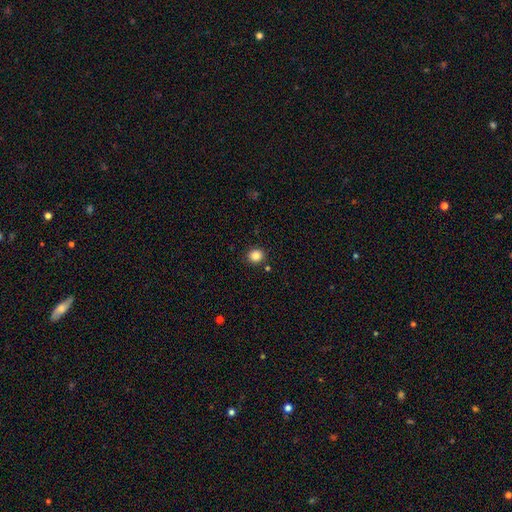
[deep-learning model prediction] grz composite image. It shows a smooth galaxy with no disk features (85%) that is round (89%). Merging: none (89%).